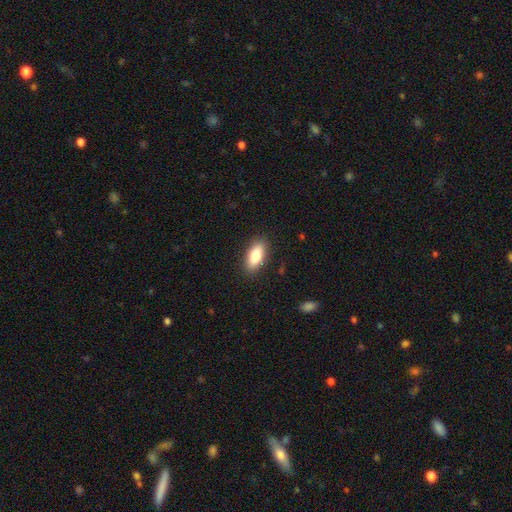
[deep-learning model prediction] Overall: smooth (83%). How rounded: in between (86%). Merging: none (88%).